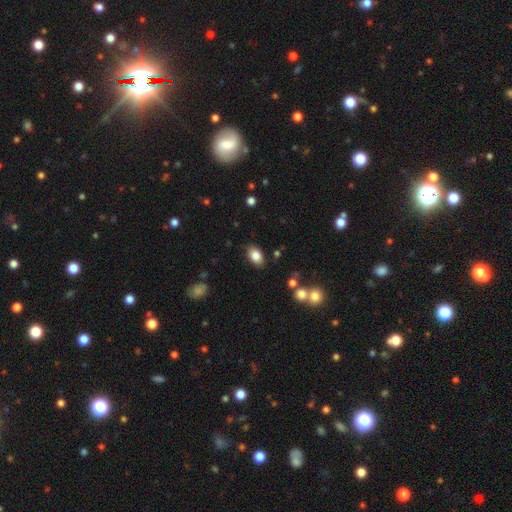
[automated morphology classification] The model was most divided on "smooth or featured": smooth: 83%, featured or disk: 9%, star or artifact: 8%. More confident: how rounded — in between (87%); merging — none (85%).